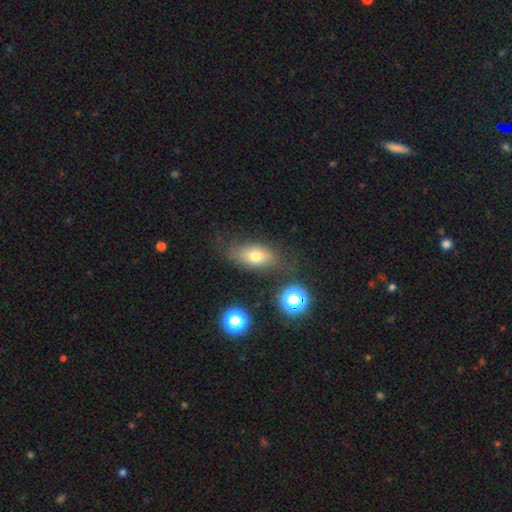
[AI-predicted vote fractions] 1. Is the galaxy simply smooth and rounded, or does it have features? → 70% smooth, 17% featured or disk, 12% star or artifact.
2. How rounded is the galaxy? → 80% in between, 13% round, 7% cigar-shaped.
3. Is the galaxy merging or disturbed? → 71% none, 17% minor disturbance, 8% major disturbance, 4% merger.